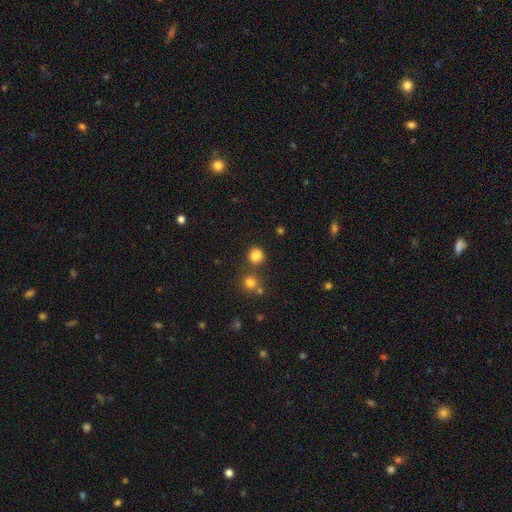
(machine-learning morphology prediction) Smooth or featured? smooth (81%)
How rounded? round (84%)
Merging? none (69%)